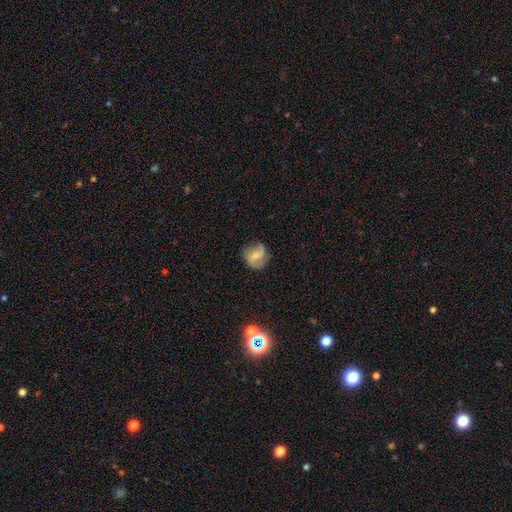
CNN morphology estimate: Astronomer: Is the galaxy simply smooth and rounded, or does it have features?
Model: featured or disk — 51% (runner-up: smooth, 41%).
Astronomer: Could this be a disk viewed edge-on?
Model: no — 97%.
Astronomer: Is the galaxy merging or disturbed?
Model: none — 68%.